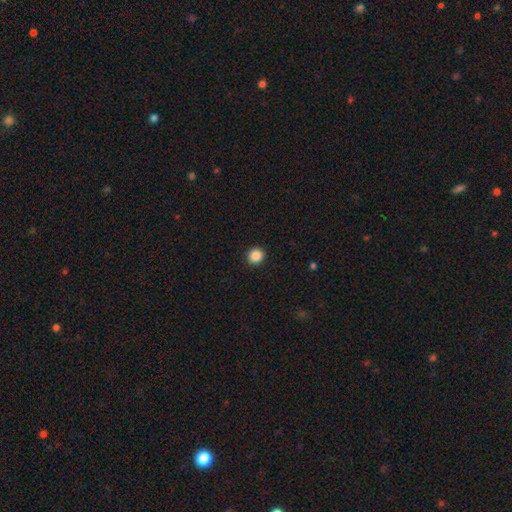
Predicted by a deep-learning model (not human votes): Smooth or featured? Predicted: smooth (p=0.88). How rounded? Predicted: round (p=0.93). Merging? Predicted: none (p=0.93).